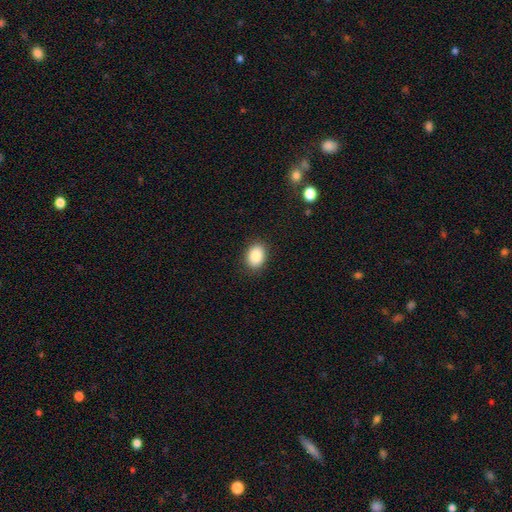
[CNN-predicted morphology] A smooth galaxy with no disk features (88%) that is in between round and cigar-shaped (72%). Merging: none (89%).